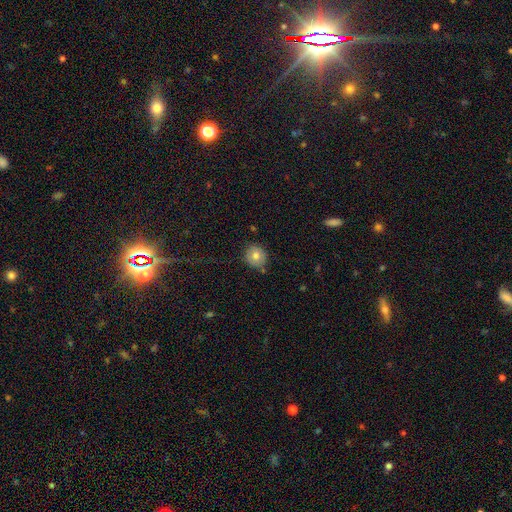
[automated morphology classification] Overall: smooth (75%). How rounded: round (82%). Merging: none (77%).